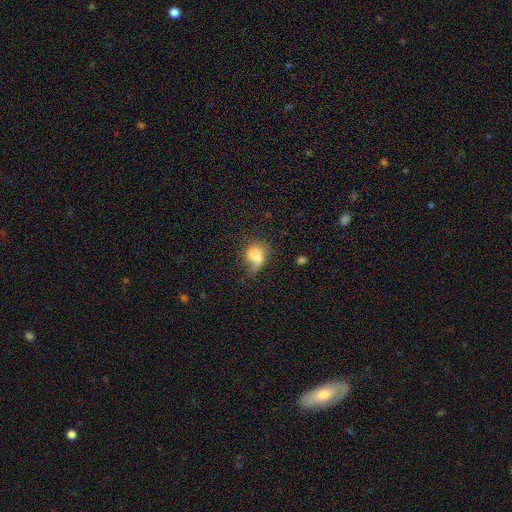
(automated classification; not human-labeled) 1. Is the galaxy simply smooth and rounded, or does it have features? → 68% smooth, 21% featured or disk, 11% star or artifact.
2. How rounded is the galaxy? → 61% in between, 37% round, 2% cigar-shaped.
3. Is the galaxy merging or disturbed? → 29% none, 28% minor disturbance, 27% major disturbance, 16% merger.